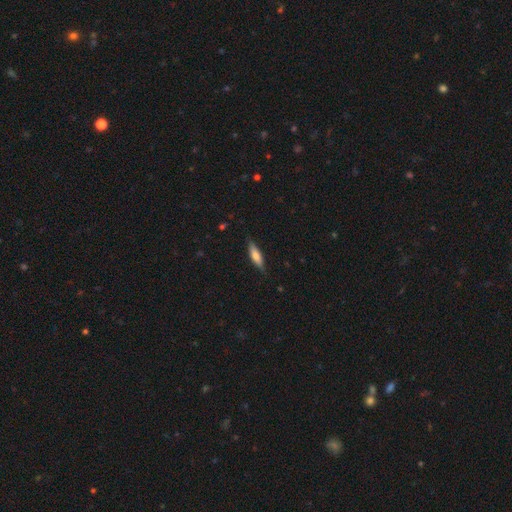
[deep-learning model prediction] Q: Smooth or featured?
A: smooth (64%); runner-up: featured or disk (29%)
Q: How rounded?
A: cigar-shaped (62%); runner-up: in between (36%)
Q: Merging?
A: none (82%); runner-up: minor disturbance (15%)